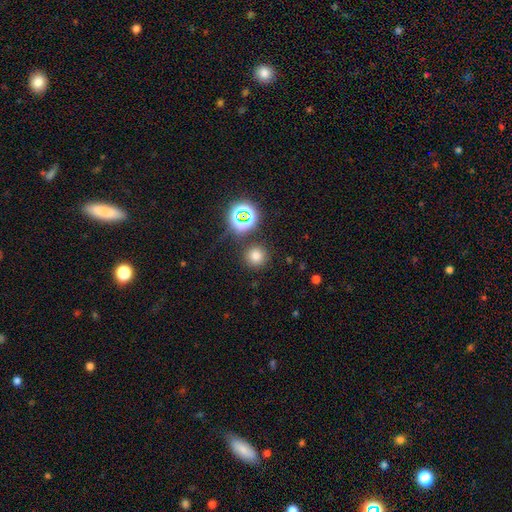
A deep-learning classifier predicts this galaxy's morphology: Smooth or featured? smooth (72%)
How rounded? round (94%)
Merging? none (84%)